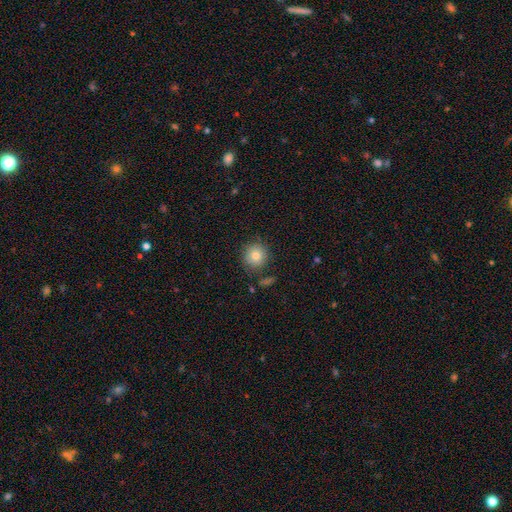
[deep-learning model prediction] smooth_or_featured: smooth (p=0.80) [alt: star or artifact p=0.11]
how_rounded: round (p=0.92) [alt: in between p=0.07]
merging: none (p=0.83) [alt: minor disturbance p=0.11]